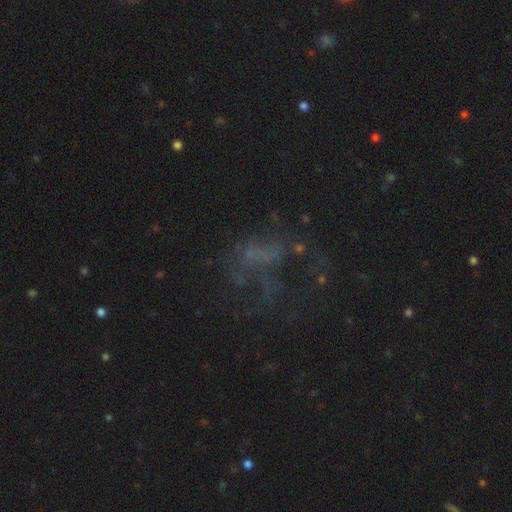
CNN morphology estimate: Smooth or featured: star or artifact — 39% (tied with featured or disk — 39%)